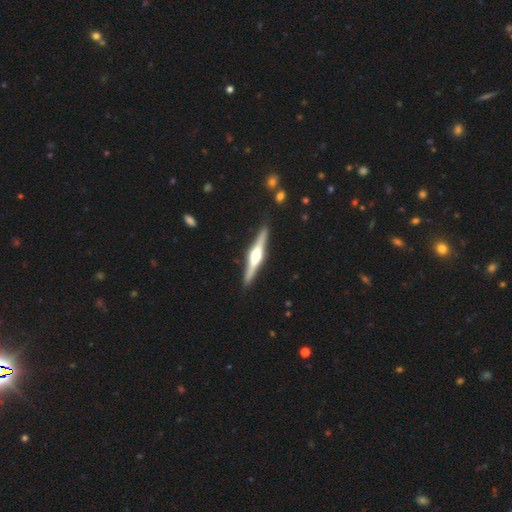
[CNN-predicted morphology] smooth-or-featured: featured or disk: 79% | smooth: 17% | star or artifact: 5%
  disk-edge-on: yes: 98% | no: 2%
    edge-on-bulge: rounded: 86% | boxy: 11% | none: 3%
  merging: none: 91% | minor disturbance: 7% | major disturbance: 1% | merger: 1%